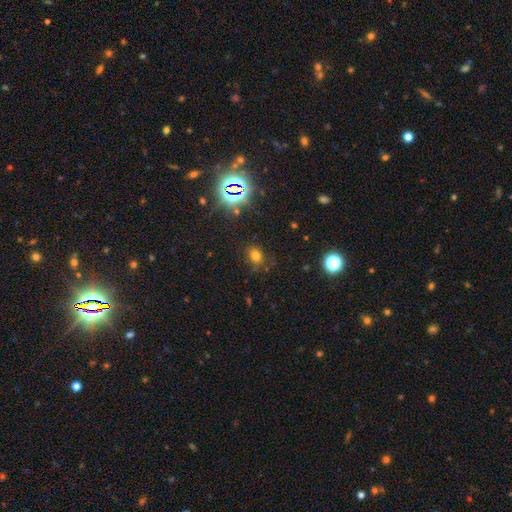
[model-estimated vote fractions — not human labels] The model was most divided on "how rounded": round: 57%, in between: 41%, cigar-shaped: 1%. More confident: merging — none (78%); smooth or featured — smooth (65%).